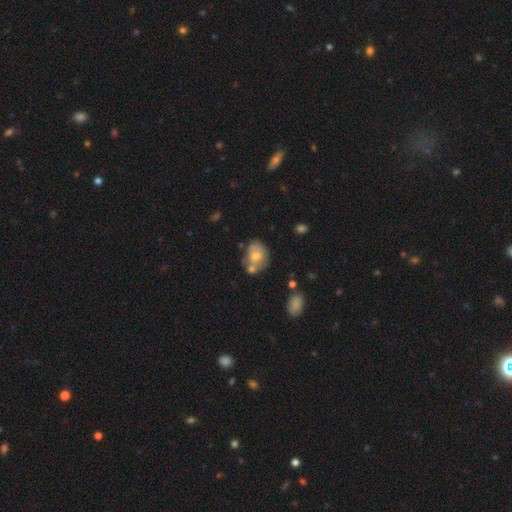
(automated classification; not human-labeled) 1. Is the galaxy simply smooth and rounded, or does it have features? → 62% smooth, 30% featured or disk, 8% star or artifact.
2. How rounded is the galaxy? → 54% in between, 45% round, 1% cigar-shaped.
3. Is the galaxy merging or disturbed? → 42% none, 30% merger, 21% minor disturbance, 7% major disturbance.